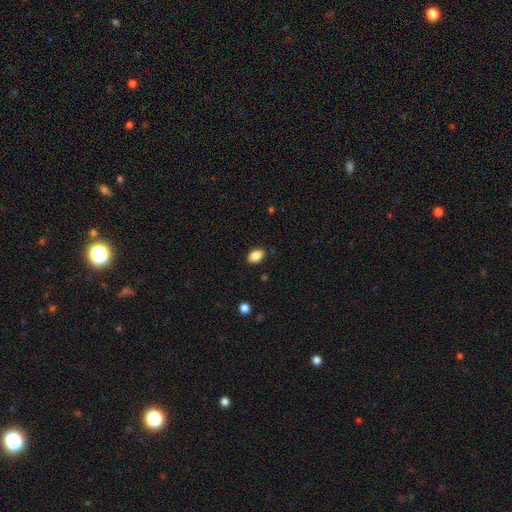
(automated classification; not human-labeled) Smooth or featured: smooth — 87% (star or artifact — 8%)
How rounded: in between — 85% (round — 13%)
Merging: none — 88% (minor disturbance — 9%)